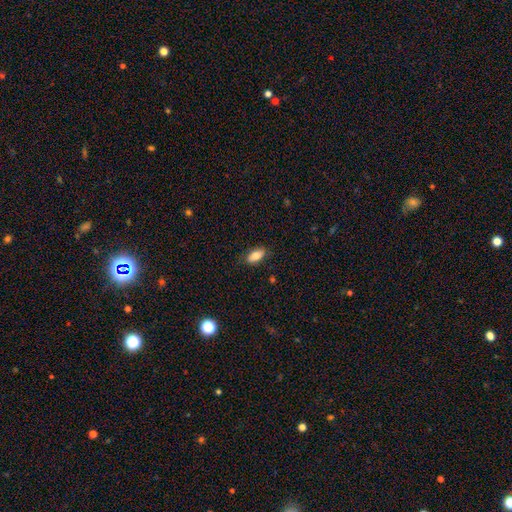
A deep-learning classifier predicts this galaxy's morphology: Smooth or featured?
  - smooth: 79% *
  - featured or disk: 14%
  - star or artifact: 7%
How rounded?
  - in between: 88% *
  - cigar-shaped: 9%
  - round: 3%
Merging?
  - none: 84% *
  - minor disturbance: 12%
  - major disturbance: 3%
  - merger: 1%